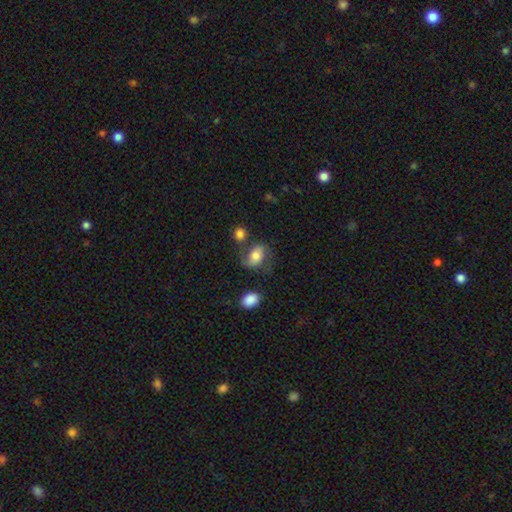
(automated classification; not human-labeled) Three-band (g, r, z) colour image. It shows a smooth galaxy with no disk features (55%) that is in between round and cigar-shaped (77%). Merging: none (51%).